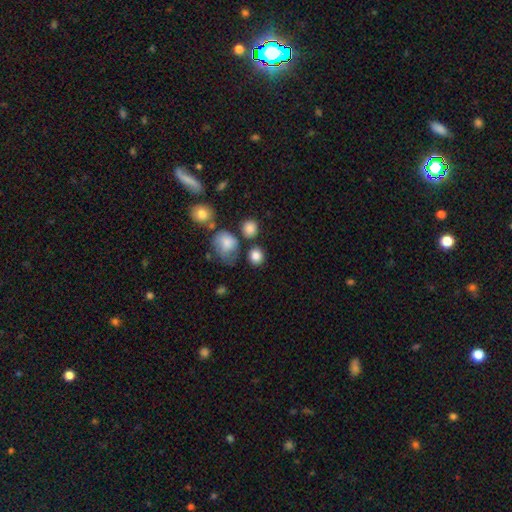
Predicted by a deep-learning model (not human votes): A smooth galaxy with no disk features (84%) that is round (77%).

Vote fractions:
- Smooth or featured? smooth: 84% / star or artifact: 10% / featured or disk: 6%
- How rounded? round: 77% / in between: 22% / cigar-shaped: 1%
- Merging? none: 70% / minor disturbance: 14% / merger: 10% / major disturbance: 6%